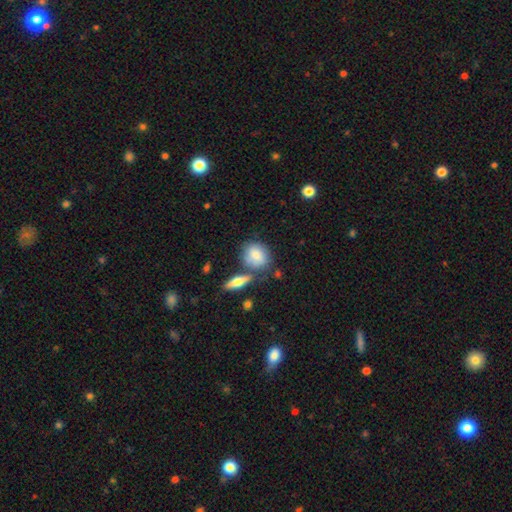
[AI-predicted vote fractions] This is clearly a smooth galaxy (80%). How rounded: likely round (64%). Merging: likely none (64%).